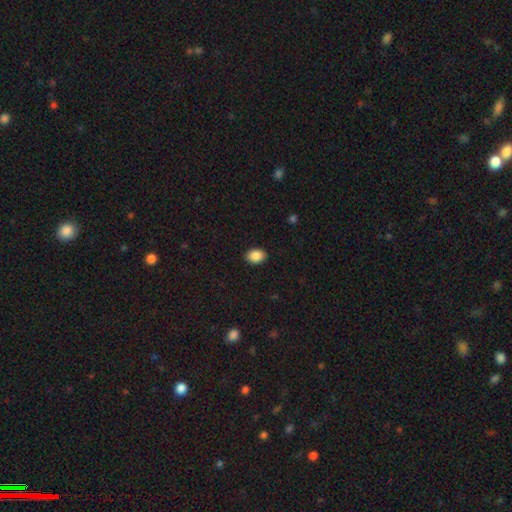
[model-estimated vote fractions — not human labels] smooth-or-featured: smooth: 89% | star or artifact: 8% | featured or disk: 4%
  how-rounded: in between: 78% | round: 21% | cigar-shaped: 1%
  merging: none: 90% | minor disturbance: 7% | major disturbance: 2% | merger: 1%